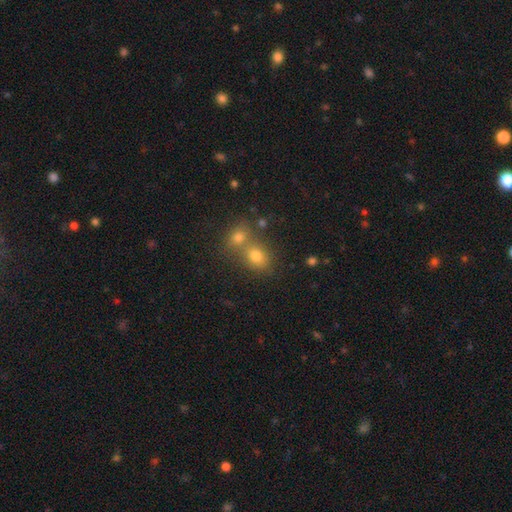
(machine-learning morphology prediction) Smooth or featured: smooth — 74% (star or artifact — 16%)
How rounded: round — 52% (in between — 47%)
Merging: merger — 48% (none — 41%)